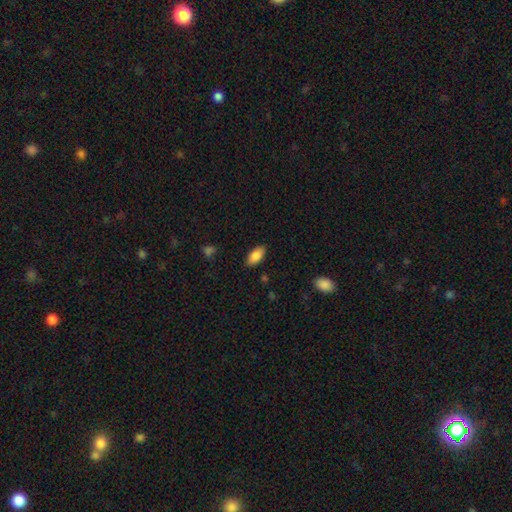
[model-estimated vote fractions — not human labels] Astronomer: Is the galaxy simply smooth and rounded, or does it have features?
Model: smooth — 86%.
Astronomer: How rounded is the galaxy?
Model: in between — 92%.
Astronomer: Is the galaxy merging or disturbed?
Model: none — 86%.